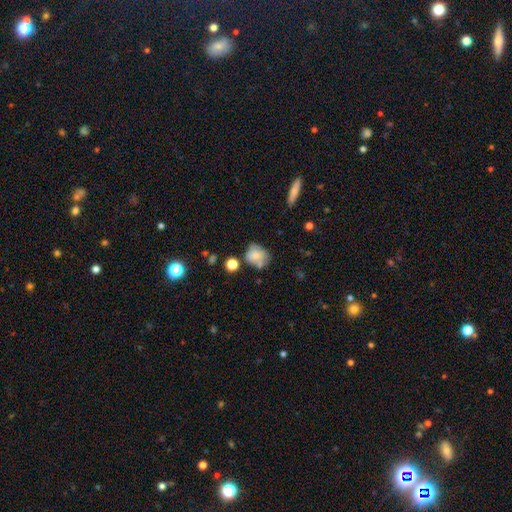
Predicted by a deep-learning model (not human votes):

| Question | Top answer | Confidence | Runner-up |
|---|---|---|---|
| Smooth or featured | smooth | 71% | featured or disk (19%) |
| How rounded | round | 57% | in between (42%) |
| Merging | none | 46% | minor disturbance (28%) |